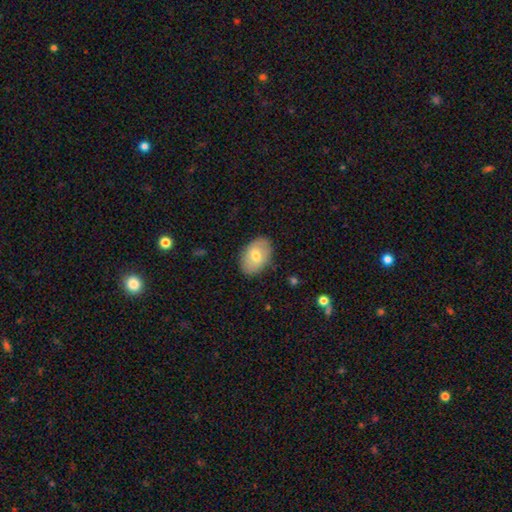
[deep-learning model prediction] Q: Smooth or featured?
A: smooth (65%); runner-up: featured or disk (28%)
Q: How rounded?
A: in between (86%); runner-up: round (13%)
Q: Merging?
A: none (84%); runner-up: minor disturbance (12%)